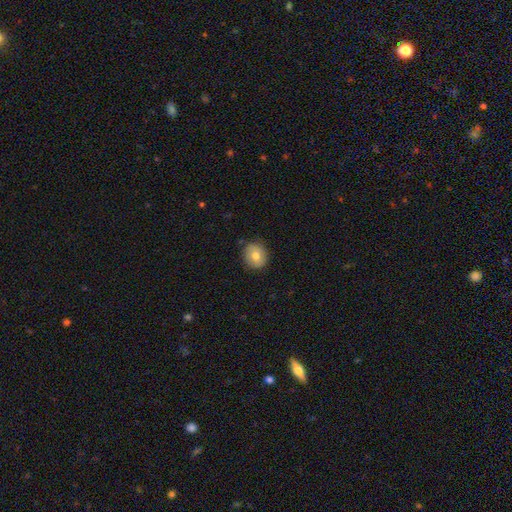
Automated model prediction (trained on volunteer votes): smooth-or-featured: smooth: 70% | featured or disk: 22% | star or artifact: 8%
  how-rounded: round: 84% | in between: 15% | cigar-shaped: 1%
  merging: none: 83% | minor disturbance: 14% | major disturbance: 3% | merger: 1%